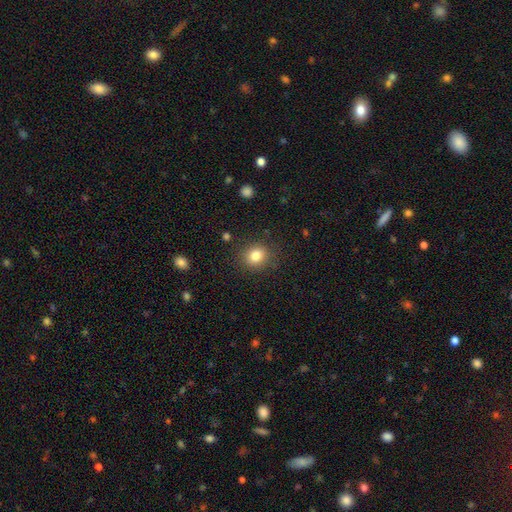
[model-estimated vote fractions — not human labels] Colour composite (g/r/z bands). It shows a smooth galaxy with no disk features (82%) that is round (77%). Merging: none (86%).